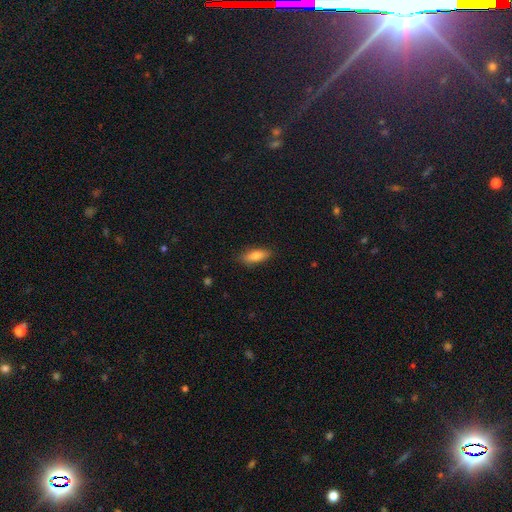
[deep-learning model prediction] smooth_or_featured: smooth (p=0.79) [alt: featured or disk p=0.14]
how_rounded: in between (p=0.66) [alt: cigar-shaped p=0.32]
merging: none (p=0.85) [alt: minor disturbance p=0.12]